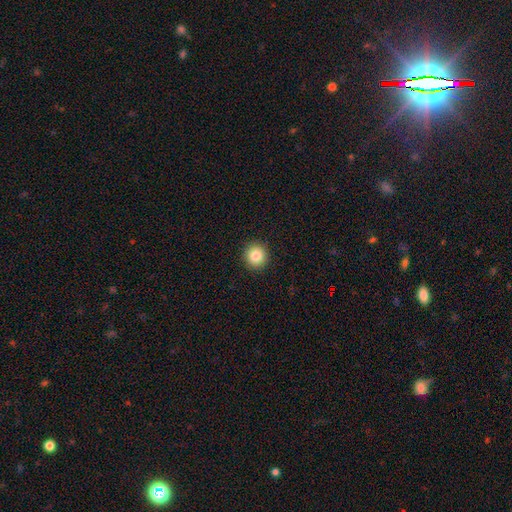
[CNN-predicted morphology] Smooth or featured: smooth — 84% (star or artifact — 10%)
How rounded: round — 94% (in between — 6%)
Merging: none — 93% (minor disturbance — 5%)